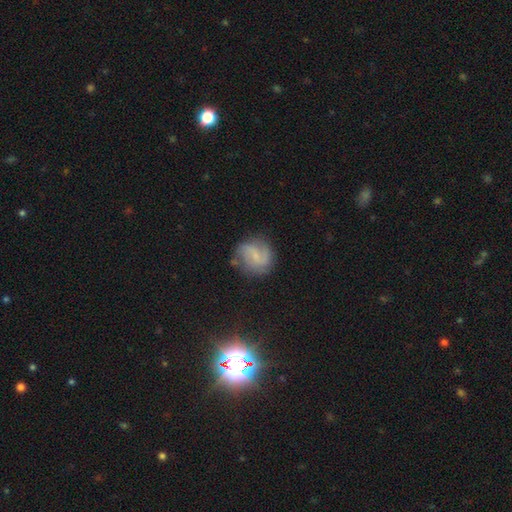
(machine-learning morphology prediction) This is likely a featured or disk galaxy (66%). It is clearly not viewed edge-on (98%). Bar: possibly weak (51%). Spiral arm pattern: clearly yes (92%). Spiral arm count: likely 2 (76%). Spiral winding: possibly medium (45%). Central bulge: possibly small (59%). Merging: likely none (72%).